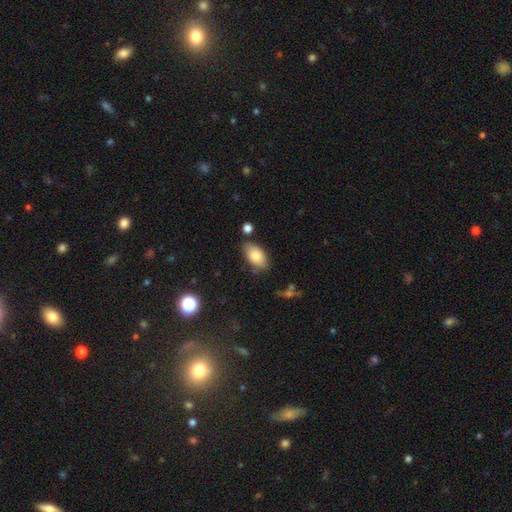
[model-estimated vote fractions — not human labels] A smooth galaxy with no disk features (82%) that is in between round and cigar-shaped (94%). Merging: none (76%).